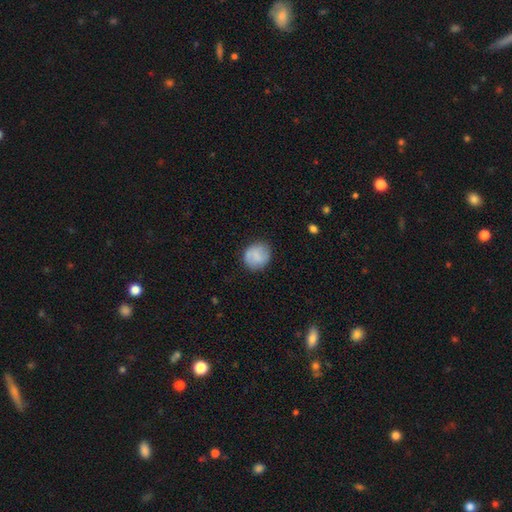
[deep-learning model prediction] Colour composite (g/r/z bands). It shows a smooth galaxy with no disk features (79%) that is round (78%). Merging: none (82%).